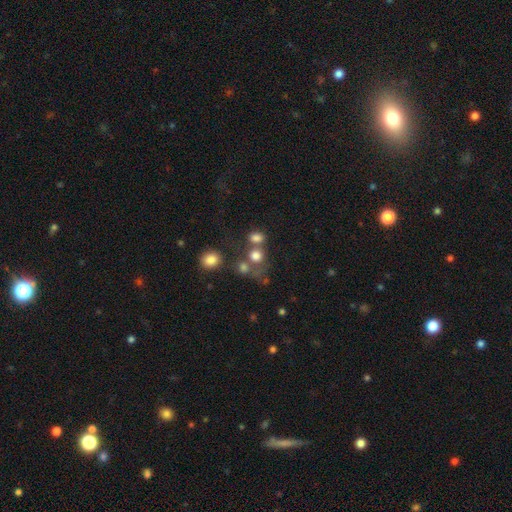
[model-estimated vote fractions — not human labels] The model was most divided on "merging": none: 48%, merger: 34%, minor disturbance: 10%, major disturbance: 7%. More confident: smooth or featured — smooth (75%); how rounded — round (74%).